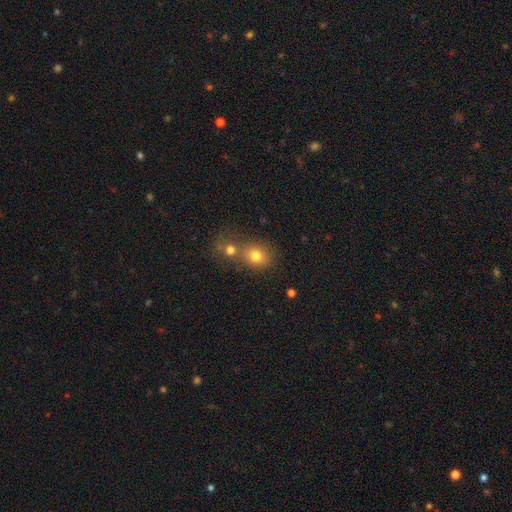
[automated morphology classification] A smooth galaxy with no disk features (76%) that is round (67%).

Vote fractions:
- Smooth or featured? smooth: 76% / star or artifact: 14% / featured or disk: 10%
- How rounded? round: 67% / in between: 32% / cigar-shaped: 1%
- Merging? none: 45% / merger: 42% / minor disturbance: 9% / major disturbance: 4%